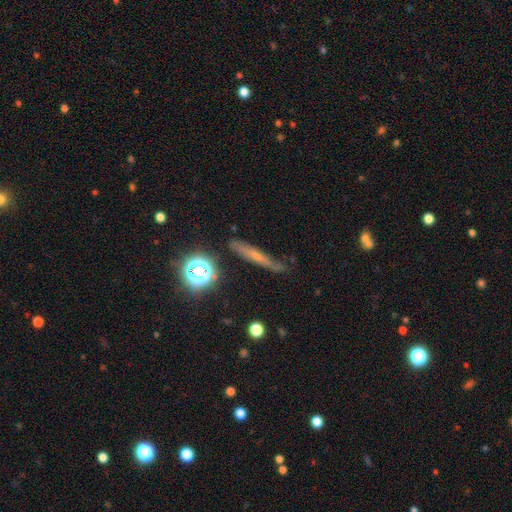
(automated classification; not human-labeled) Smooth or featured?
  - smooth: 45% *
  - featured or disk: 38%
  - star or artifact: 17%
Merging?
  - none: 74% *
  - minor disturbance: 18%
  - major disturbance: 5%
  - merger: 3%